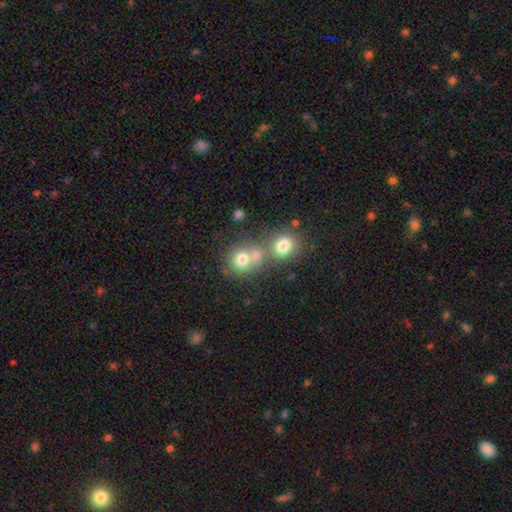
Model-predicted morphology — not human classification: Q: Smooth or featured?
A: smooth (73%); runner-up: featured or disk (14%)
Q: How rounded?
A: round (76%); runner-up: in between (23%)
Q: Merging?
A: merger (52%); runner-up: none (37%)